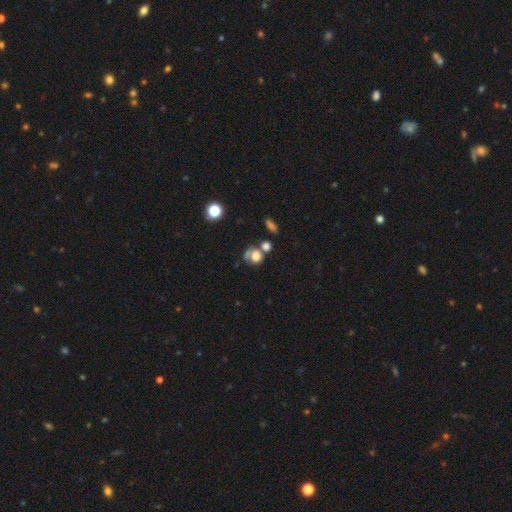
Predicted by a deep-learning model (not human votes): Smooth or featured: smooth — 68% (featured or disk — 18%)
How rounded: round — 70% (in between — 28%)
Merging: none — 39% (merger — 35%)